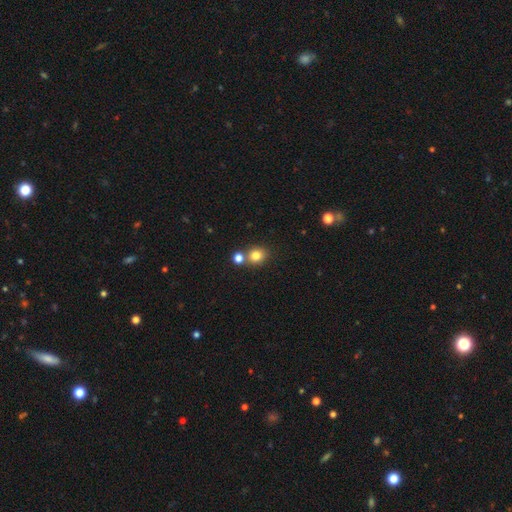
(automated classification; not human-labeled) Morphology: type=smooth (80%); roundness=round (76%); merging=none (63%).